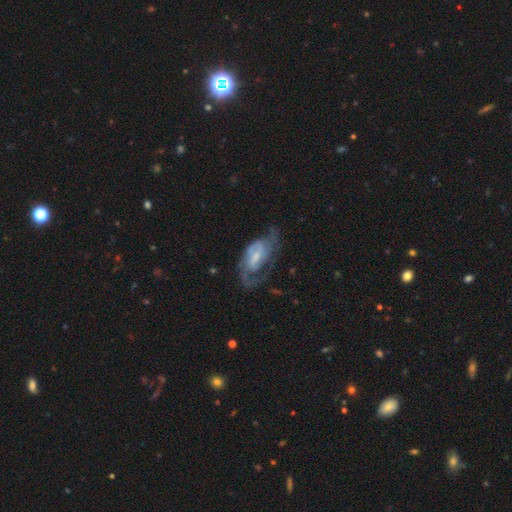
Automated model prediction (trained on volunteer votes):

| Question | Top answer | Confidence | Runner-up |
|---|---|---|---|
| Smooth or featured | featured or disk | 81% | smooth (14%) |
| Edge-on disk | no | 96% | yes (4%) |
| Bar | weak | 50% | no (32%) |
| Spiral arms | yes | 92% | no (8%) |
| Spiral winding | medium | 47% | tight (34%) |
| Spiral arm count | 2 | 64% | can't tell (16%) |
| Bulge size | small | 50% | moderate (33%) |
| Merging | none | 50% | major disturbance (26%) |